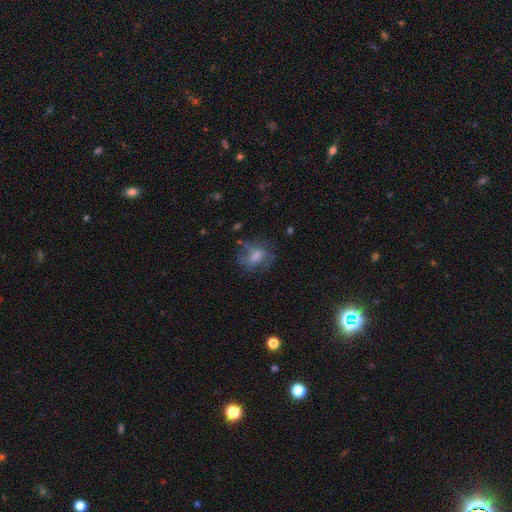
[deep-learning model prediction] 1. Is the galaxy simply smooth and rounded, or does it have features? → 46% smooth, 44% featured or disk, 10% star or artifact.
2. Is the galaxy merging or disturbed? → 53% none, 23% minor disturbance, 22% major disturbance, 2% merger.